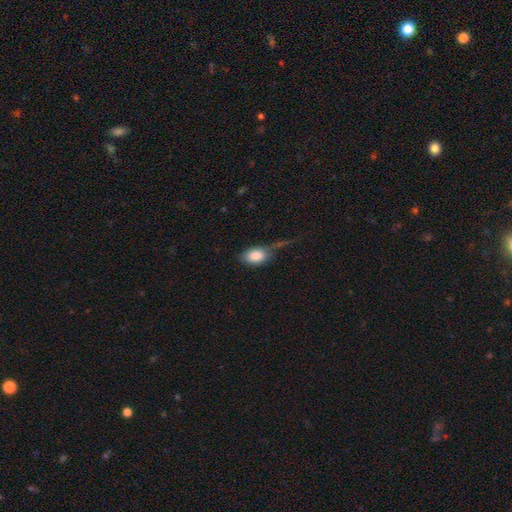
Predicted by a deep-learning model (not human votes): smooth-or-featured: smooth: 84% | featured or disk: 9% | star or artifact: 7%
  how-rounded: in between: 87% | round: 11% | cigar-shaped: 2%
  merging: none: 48% | minor disturbance: 26% | major disturbance: 18% | merger: 9%